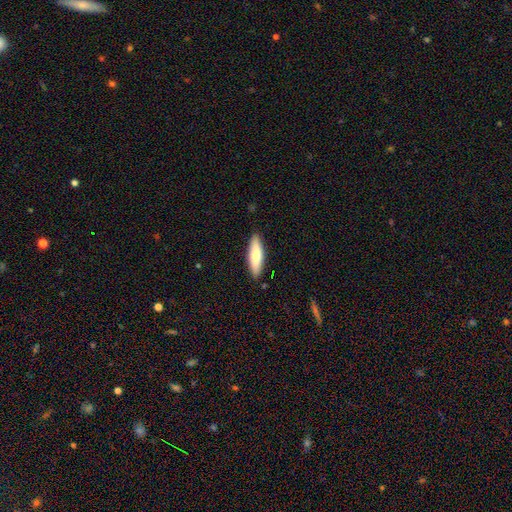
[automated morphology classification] smooth_or_featured: smooth (p=0.73) [alt: featured or disk p=0.22]
how_rounded: cigar-shaped (p=0.58) [alt: in between p=0.41]
merging: none (p=0.88) [alt: minor disturbance p=0.09]